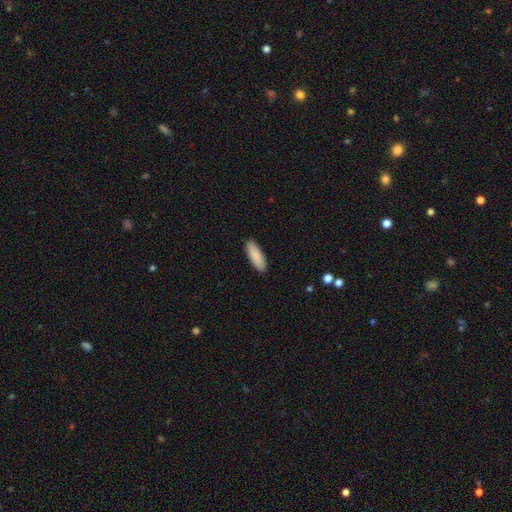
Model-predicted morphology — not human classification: smooth-or-featured: smooth: 88% | featured or disk: 6% | star or artifact: 5%
  how-rounded: in between: 58% | cigar-shaped: 40% | round: 1%
  merging: none: 90% | minor disturbance: 7% | major disturbance: 1% | merger: 1%